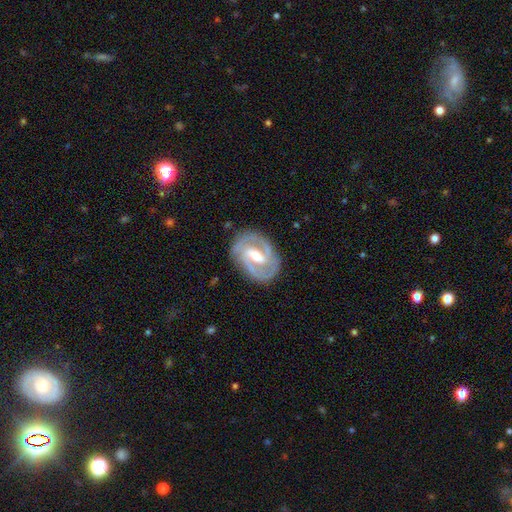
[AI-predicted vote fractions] The model was most divided on "bar": weak: 45%, strong: 41%, no: 13%. Remaining: edge-on disk — no (97%); spiral arms — yes (95%); smooth or featured — featured or disk (89%); spiral arm count — 2 (82%); merging — none (81%); bulge size — moderate (64%); spiral winding — tight (49%).